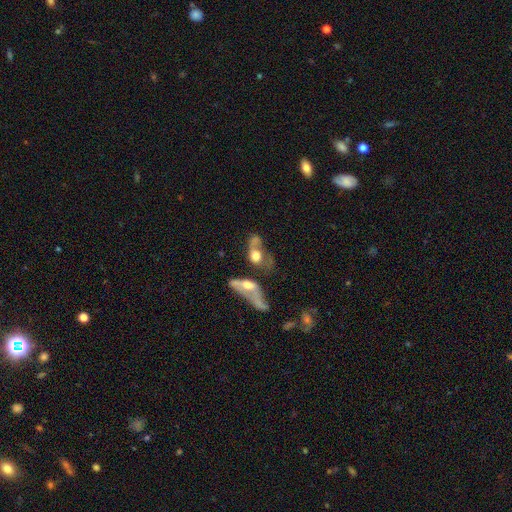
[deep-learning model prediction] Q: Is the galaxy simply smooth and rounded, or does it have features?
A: featured or disk — 46%.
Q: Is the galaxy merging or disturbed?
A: merger — 51%.